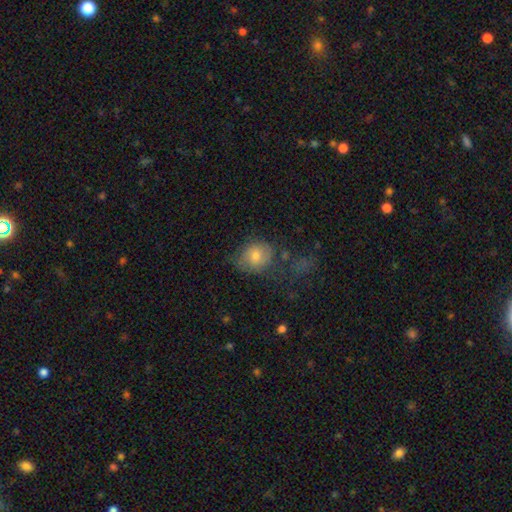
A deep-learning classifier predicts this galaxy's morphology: smooth 67%, featured or disk 23%, star or artifact 10%. Down the decision tree: how rounded — round (61%); merging — none (52%).